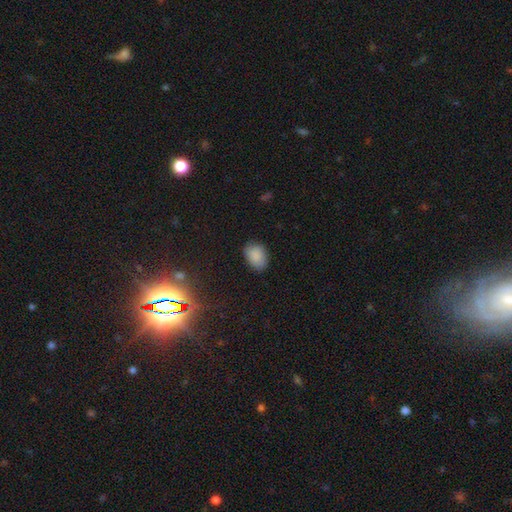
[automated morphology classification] Overall: smooth (86%). How rounded: in between (78%). Merging: none (78%).